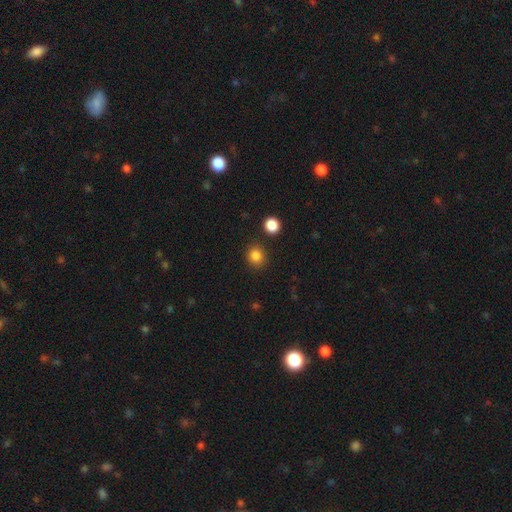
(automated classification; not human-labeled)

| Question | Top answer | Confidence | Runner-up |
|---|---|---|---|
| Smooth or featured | smooth | 85% | star or artifact (12%) |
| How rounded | round | 85% | in between (14%) |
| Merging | none | 87% | minor disturbance (7%) |